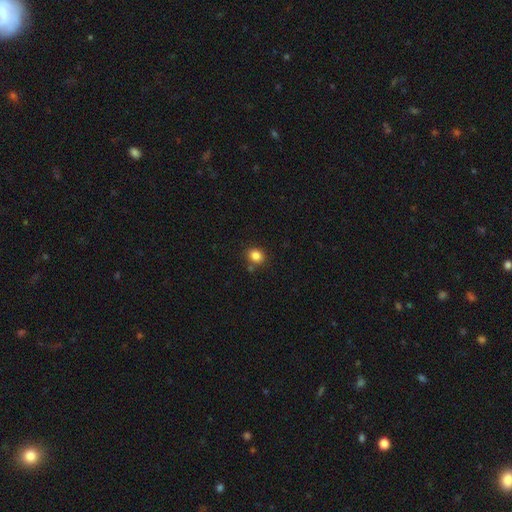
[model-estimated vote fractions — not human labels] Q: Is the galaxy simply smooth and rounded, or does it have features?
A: smooth — 84%.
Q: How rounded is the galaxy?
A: round — 71%.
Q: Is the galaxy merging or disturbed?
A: none — 80%.